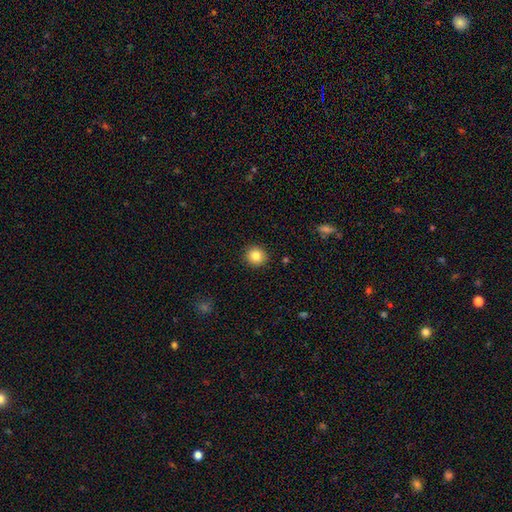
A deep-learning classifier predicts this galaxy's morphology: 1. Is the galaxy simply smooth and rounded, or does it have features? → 84% smooth, 10% star or artifact, 6% featured or disk.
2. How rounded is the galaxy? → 93% round, 7% in between, 1% cigar-shaped.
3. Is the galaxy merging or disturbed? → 92% none, 6% minor disturbance, 2% major disturbance, 1% merger.